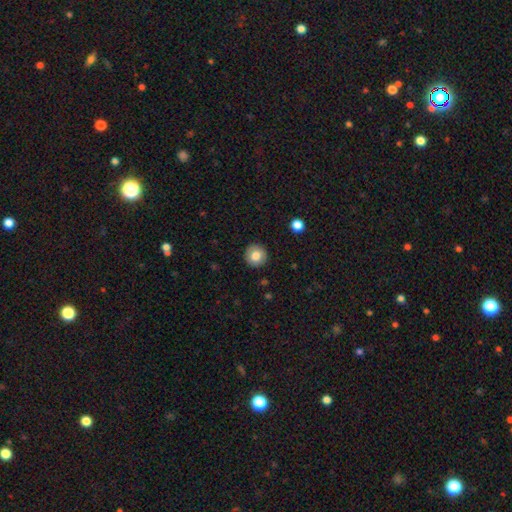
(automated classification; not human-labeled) Overall: smooth (80%). How rounded: round (95%). Merging: none (91%).